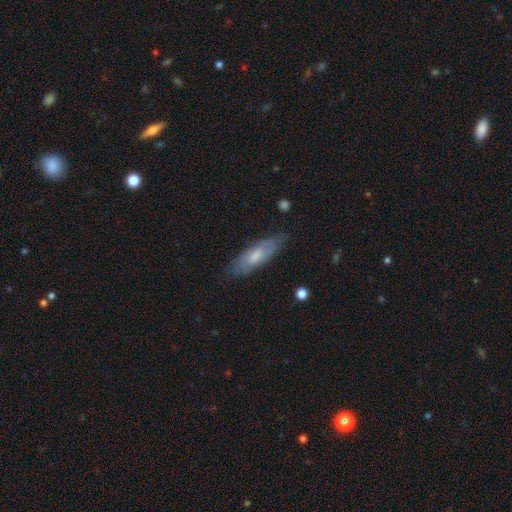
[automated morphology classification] smooth_or_featured: smooth (p=0.56) [alt: featured or disk p=0.37]
how_rounded: cigar-shaped (p=0.49) [tied with: in between p=0.49]
merging: none (p=0.76) [alt: minor disturbance p=0.19]